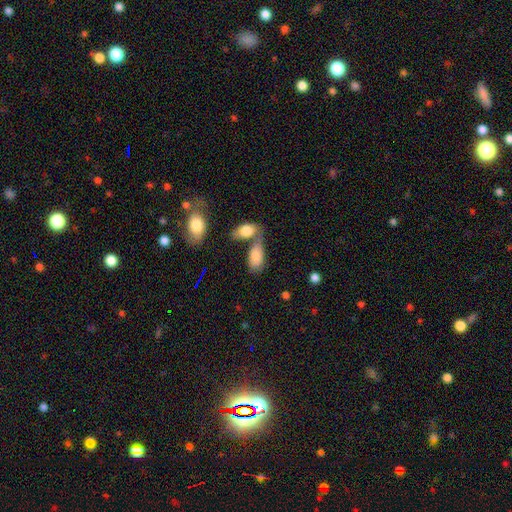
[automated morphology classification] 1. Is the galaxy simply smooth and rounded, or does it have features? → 81% smooth, 12% featured or disk, 8% star or artifact.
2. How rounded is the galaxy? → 92% in between, 4% round, 4% cigar-shaped.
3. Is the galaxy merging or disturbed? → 40% merger, 39% none, 15% minor disturbance, 6% major disturbance.